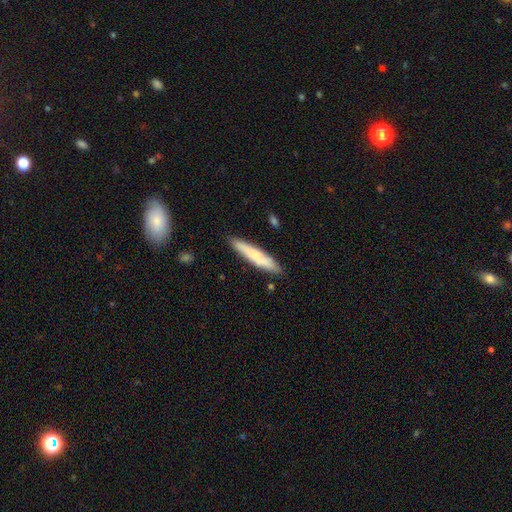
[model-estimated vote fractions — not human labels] Q: Smooth or featured?
A: smooth (67%); runner-up: featured or disk (27%)
Q: How rounded?
A: cigar-shaped (90%); runner-up: in between (9%)
Q: Merging?
A: none (86%); runner-up: minor disturbance (10%)